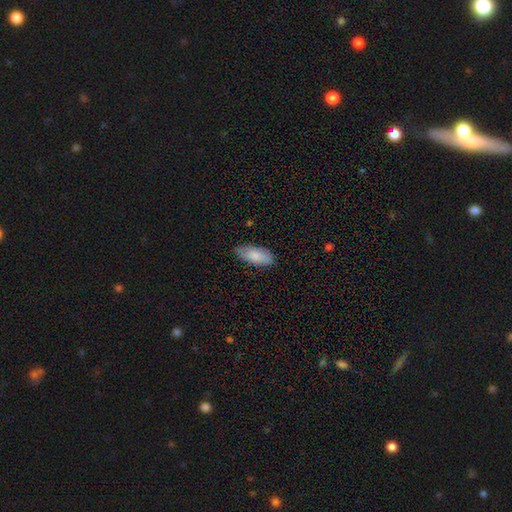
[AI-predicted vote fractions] Morphology: type=smooth (83%); roundness=in between (84%); merging=none (80%).